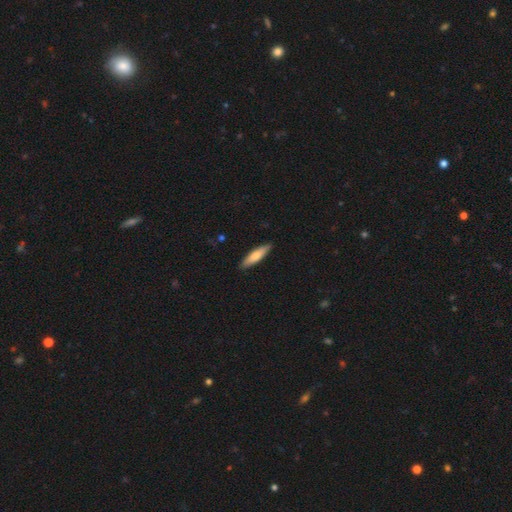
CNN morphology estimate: Smooth or featured?
  - smooth: 72% *
  - featured or disk: 22%
  - star or artifact: 5%
How rounded?
  - cigar-shaped: 76% *
  - in between: 23%
  - round: 1%
Merging?
  - none: 89% *
  - minor disturbance: 8%
  - major disturbance: 2%
  - merger: 1%